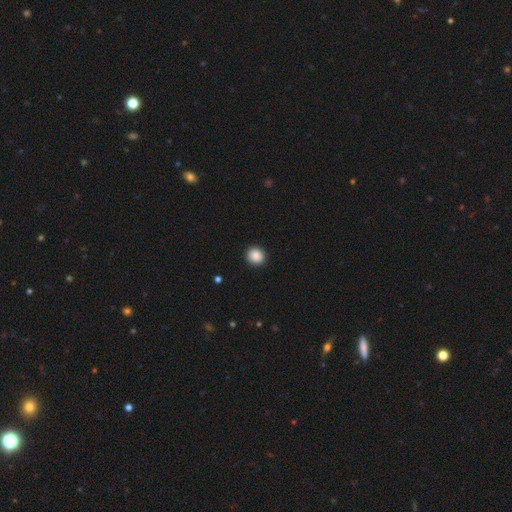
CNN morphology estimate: Smooth or featured?
  - smooth: 89% *
  - star or artifact: 9%
  - featured or disk: 3%
How rounded?
  - round: 85% *
  - in between: 14%
  - cigar-shaped: 1%
Merging?
  - none: 92% *
  - minor disturbance: 5%
  - major disturbance: 2%
  - merger: 1%